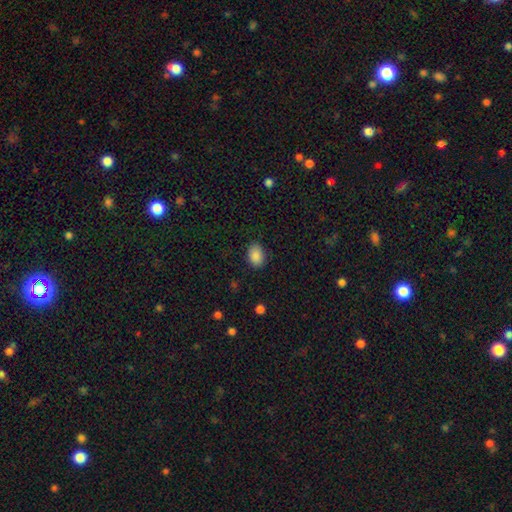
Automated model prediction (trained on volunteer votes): A smooth galaxy with no disk features (88%) that is in between round and cigar-shaped (77%). Merging: none (85%).